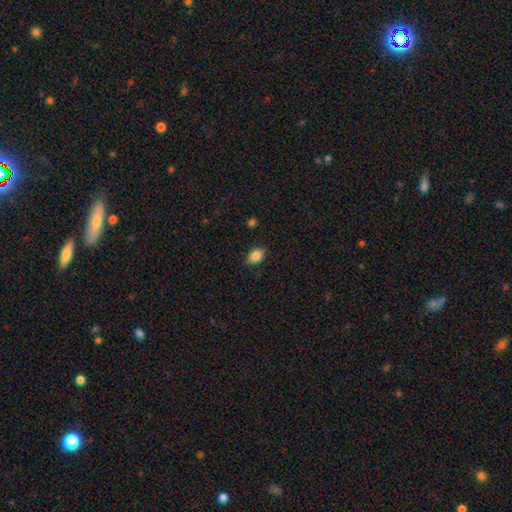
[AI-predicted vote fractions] Smooth or featured?
  - smooth: 85% *
  - star or artifact: 9%
  - featured or disk: 7%
How rounded?
  - in between: 79% *
  - round: 19%
  - cigar-shaped: 1%
Merging?
  - none: 85% *
  - minor disturbance: 11%
  - major disturbance: 2%
  - merger: 1%